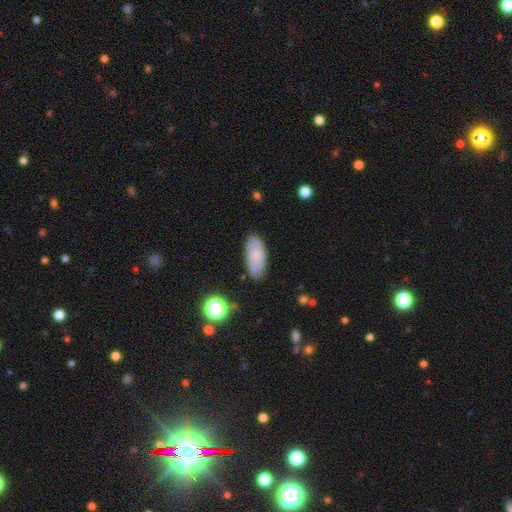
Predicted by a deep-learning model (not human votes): A smooth galaxy with no disk features (58%) that is in between round and cigar-shaped (88%).

Vote fractions:
- Smooth or featured? smooth: 58% / featured or disk: 33% / star or artifact: 9%
- How rounded? in between: 88% / cigar-shaped: 9% / round: 3%
- Merging? none: 80% / minor disturbance: 14% / major disturbance: 3% / merger: 2%